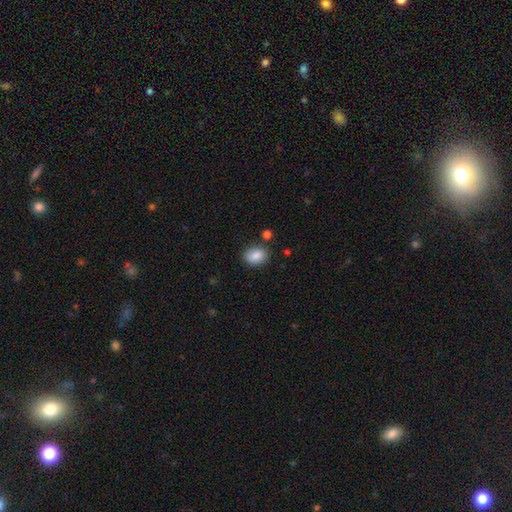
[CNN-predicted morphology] This appears to be a smooth galaxy with no disk features (87%) that is in between round and cigar-shaped (67%). Merging: none (80%).